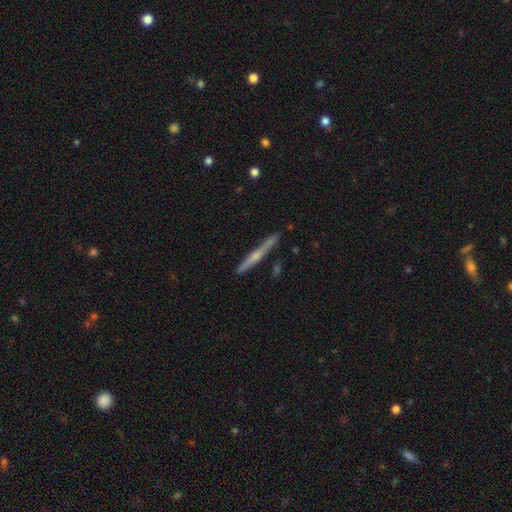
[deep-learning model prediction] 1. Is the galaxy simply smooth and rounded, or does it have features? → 65% featured or disk, 29% smooth, 6% star or artifact.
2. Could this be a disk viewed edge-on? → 97% yes, 3% no.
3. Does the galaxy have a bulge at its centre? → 63% rounded, 28% none, 9% boxy.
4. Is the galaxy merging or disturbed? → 86% none, 10% minor disturbance, 2% merger, 2% major disturbance.